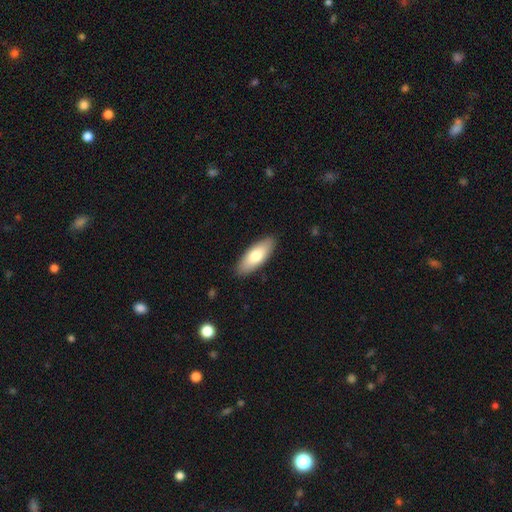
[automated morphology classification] smooth-or-featured: smooth: 76% | featured or disk: 19% | star or artifact: 6%
  how-rounded: in between: 76% | cigar-shaped: 22% | round: 2%
  merging: none: 89% | minor disturbance: 8% | major disturbance: 2% | merger: 1%